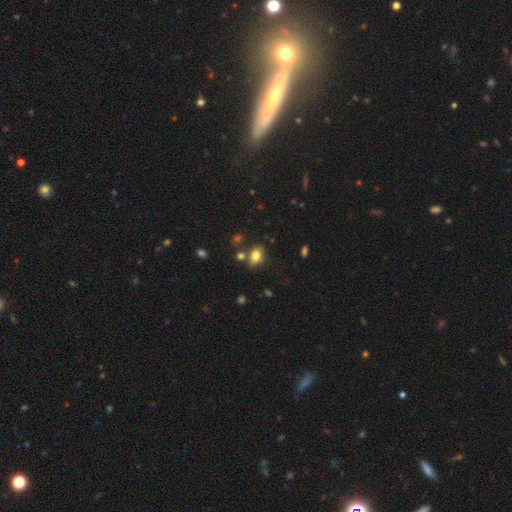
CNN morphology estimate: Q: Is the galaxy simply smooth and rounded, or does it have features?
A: smooth — 79%.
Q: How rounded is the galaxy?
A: in between — 79%.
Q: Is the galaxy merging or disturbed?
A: none — 69%.